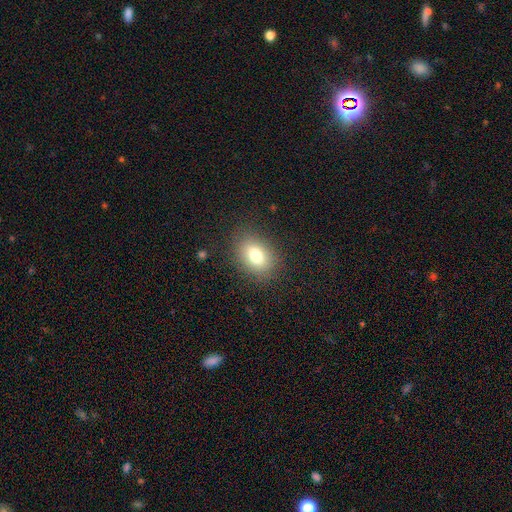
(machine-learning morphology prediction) Overall: smooth (77%). How rounded: in between (69%; round 30%). Merging: none (84%).